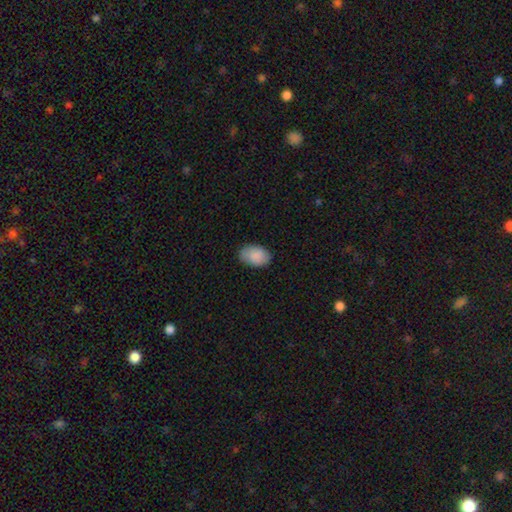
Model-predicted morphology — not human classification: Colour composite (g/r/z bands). It shows a smooth galaxy with no disk features (85%) that is in between round and cigar-shaped (89%). Merging: none (80%).